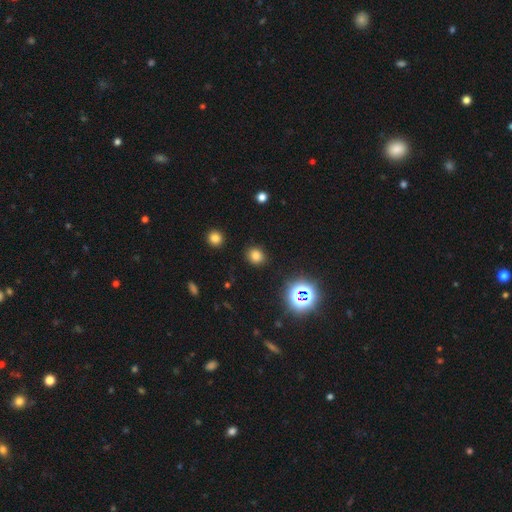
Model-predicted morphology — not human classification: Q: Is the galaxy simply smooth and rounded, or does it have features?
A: smooth — 74%.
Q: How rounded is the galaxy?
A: round — 75%.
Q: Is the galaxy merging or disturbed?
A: none — 88%.